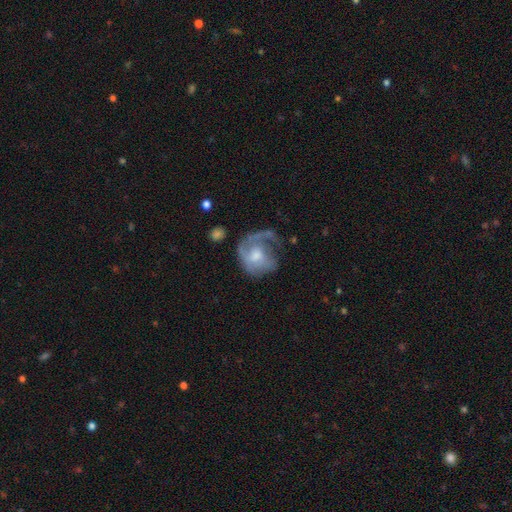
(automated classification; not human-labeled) Smooth or featured? Predicted: featured or disk (p=0.67). Edge-on disk? Predicted: no (p=0.98). Bar? Predicted: no (p=0.64). Spiral arms? Predicted: yes (p=0.77). Spiral winding? Predicted: medium (p=0.39). Spiral arm count? Predicted: 1 (p=0.53). Bulge size? Predicted: moderate (p=0.54). Merging? Predicted: major disturbance (p=0.42).